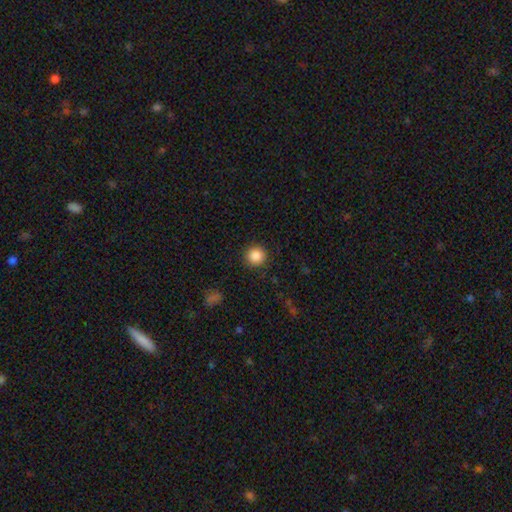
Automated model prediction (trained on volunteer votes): smooth 87%, star or artifact 10%, featured or disk 3%. Down the decision tree: how rounded — round (94%); merging — none (91%).